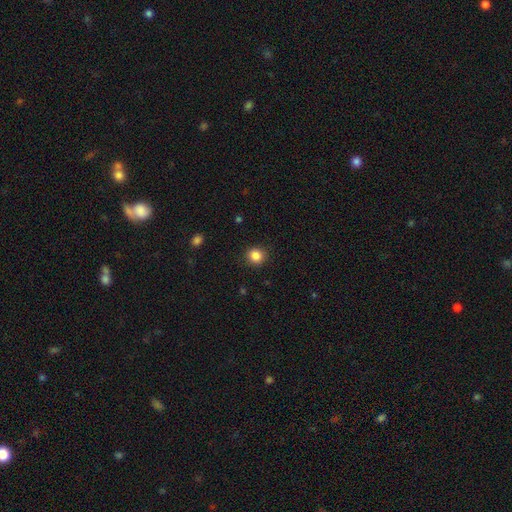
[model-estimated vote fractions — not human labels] Smooth or featured? Predicted: smooth (p=0.85). How rounded? Predicted: round (p=0.88). Merging? Predicted: none (p=0.90).